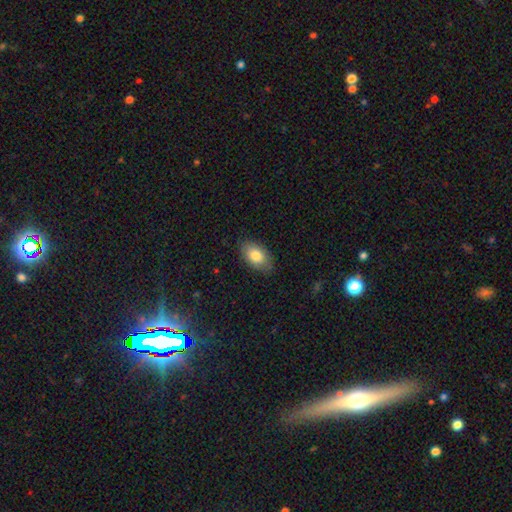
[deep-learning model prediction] Smooth or featured? Predicted: smooth (p=0.81). How rounded? Predicted: in between (p=0.92). Merging? Predicted: none (p=0.82).